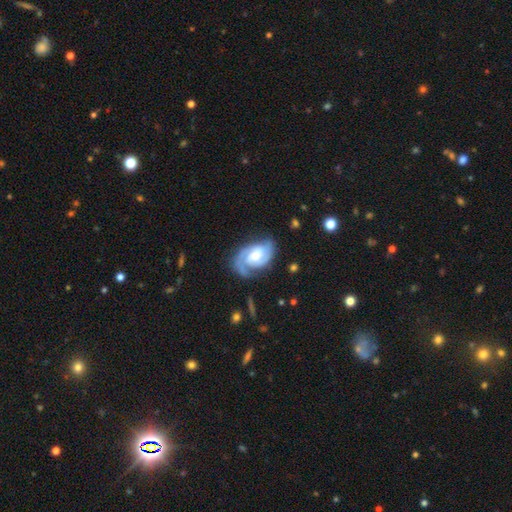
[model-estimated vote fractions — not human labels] Smooth or featured?
  - featured or disk: 86% *
  - smooth: 10%
  - star or artifact: 5%
Edge-on disk?
  - no: 97% *
  - yes: 3%
Bar?
  - no: 49% *
  - weak: 41%
  - strong: 10%
Spiral arms?
  - yes: 97% *
  - no: 3%
Spiral winding?
  - tight: 49% *
  - medium: 41%
  - loose: 10%
Spiral arm count?
  - 2: 75% *
  - 3: 9%
  - can't tell: 8%
  - 1: 6%
  - 4: 2%
  - more than 4: 2%
Bulge size?
  - moderate: 50% *
  - small: 36%
  - large: 8%
  - none: 4%
  - dominant: 1%
Merging?
  - none: 67% *
  - minor disturbance: 21%
  - major disturbance: 10%
  - merger: 2%